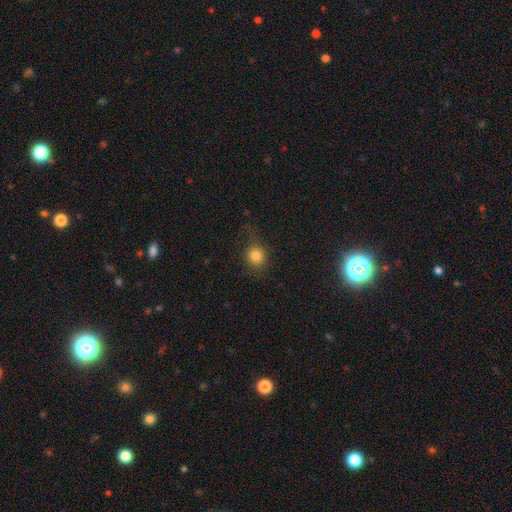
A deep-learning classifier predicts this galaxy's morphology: Smooth or featured? smooth (81%)
How rounded? round (85%)
Merging? none (77%)